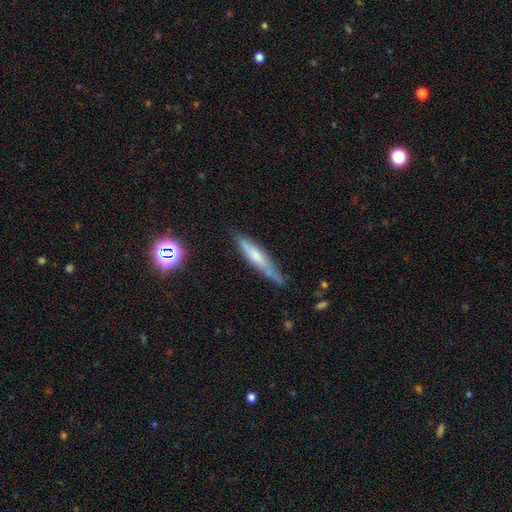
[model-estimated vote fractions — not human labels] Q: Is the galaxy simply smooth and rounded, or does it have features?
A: smooth — 54%.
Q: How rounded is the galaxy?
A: cigar-shaped — 87%.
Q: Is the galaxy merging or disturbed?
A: none — 69%.